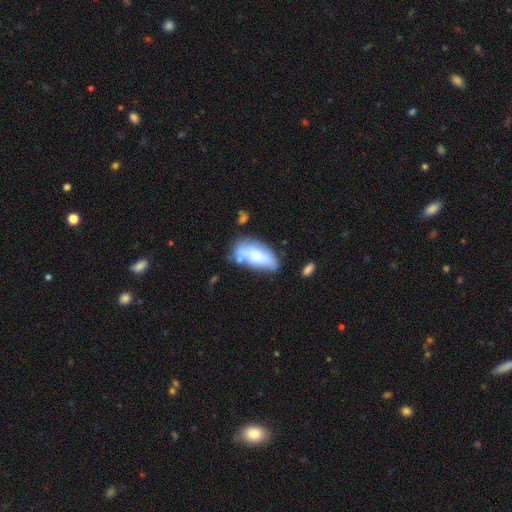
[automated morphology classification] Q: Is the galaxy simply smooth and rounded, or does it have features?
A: smooth — 68%.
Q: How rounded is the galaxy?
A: in between — 86%.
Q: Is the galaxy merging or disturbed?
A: none — 48%.